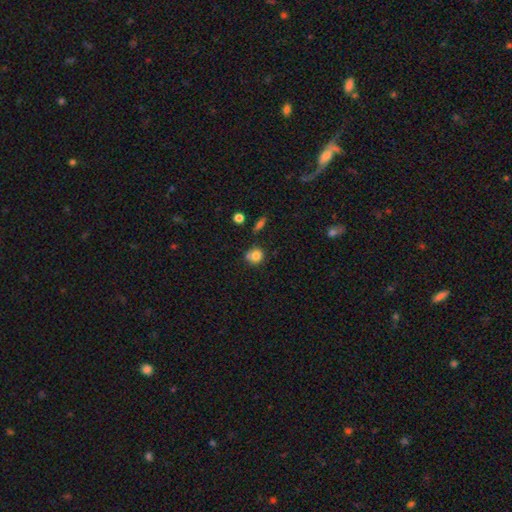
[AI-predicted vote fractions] This is likely a smooth galaxy (80%). How rounded: clearly round (82%). Merging: possibly none (60%).